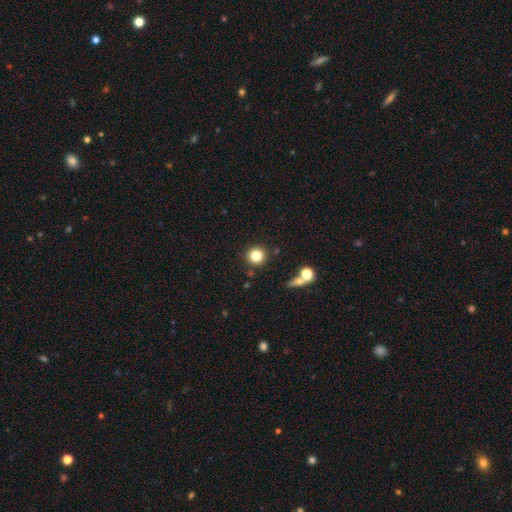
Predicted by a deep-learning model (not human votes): Smooth or featured: smooth — 80% (star or artifact — 13%)
How rounded: round — 94% (in between — 5%)
Merging: none — 87% (minor disturbance — 6%)